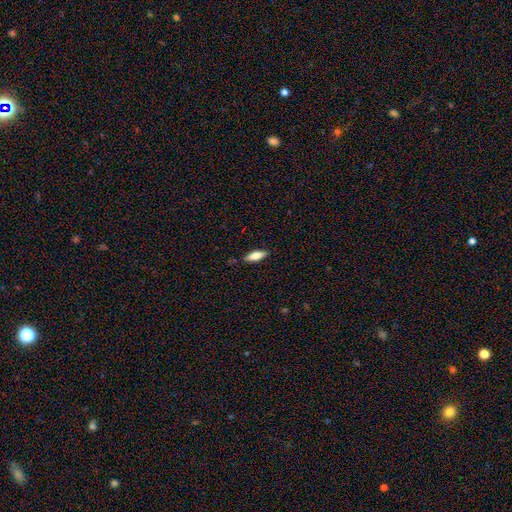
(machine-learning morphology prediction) smooth_or_featured: smooth (p=0.74) [alt: featured or disk p=0.20]
how_rounded: in between (p=0.55) [alt: cigar-shaped p=0.43]
merging: none (p=0.86) [alt: minor disturbance p=0.11]